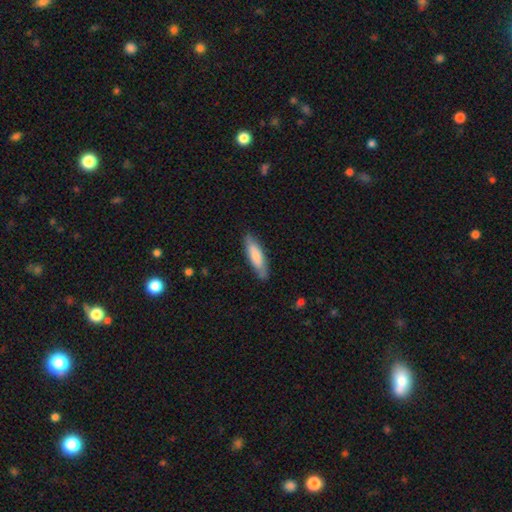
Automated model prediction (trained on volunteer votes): Overall: smooth (71%). How rounded: cigar-shaped (64%; in between 35%). Merging: none (78%).